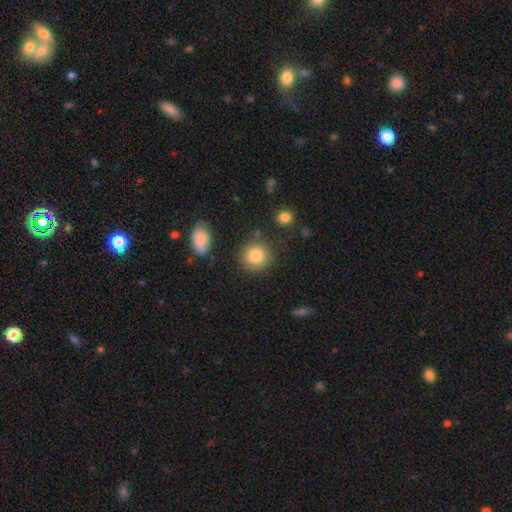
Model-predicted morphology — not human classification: Q: Smooth or featured?
A: smooth (84%); runner-up: star or artifact (9%)
Q: How rounded?
A: round (88%); runner-up: in between (11%)
Q: Merging?
A: none (82%); runner-up: minor disturbance (10%)